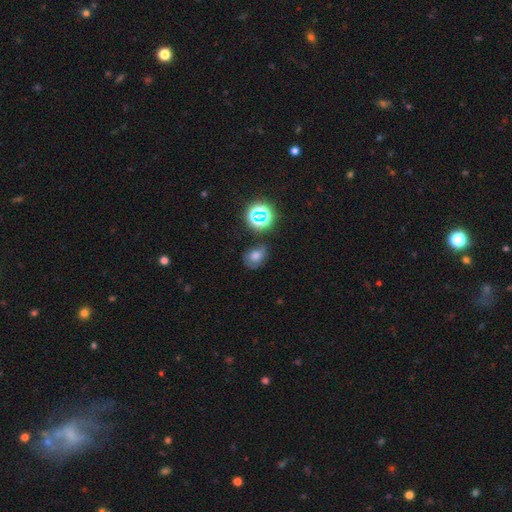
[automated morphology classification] Overall: smooth (56%; star or artifact 25%). How rounded: in between (54%; round 45%). Merging: none (65%).